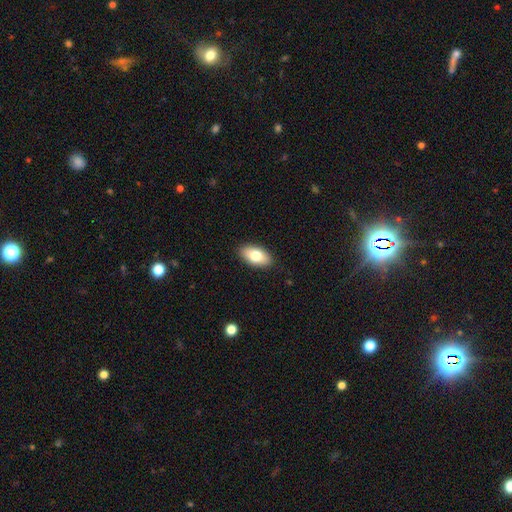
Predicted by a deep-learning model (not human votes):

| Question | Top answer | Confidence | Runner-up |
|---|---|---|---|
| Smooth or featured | smooth | 78% | featured or disk (15%) |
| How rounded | in between | 93% | cigar-shaped (4%) |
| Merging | none | 89% | minor disturbance (8%) |